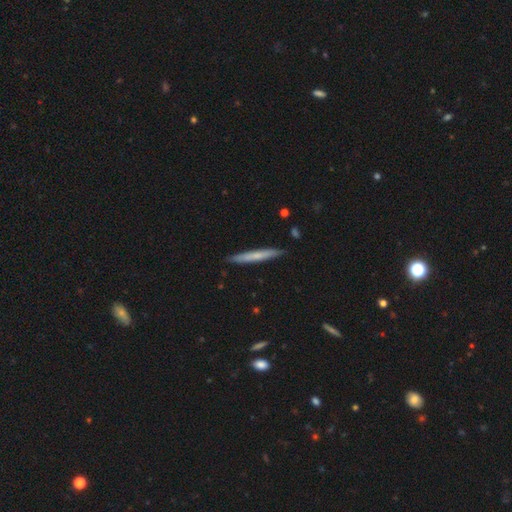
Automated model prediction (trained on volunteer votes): Smooth or featured? smooth (60%)
How rounded? cigar-shaped (96%)
Merging? none (89%)